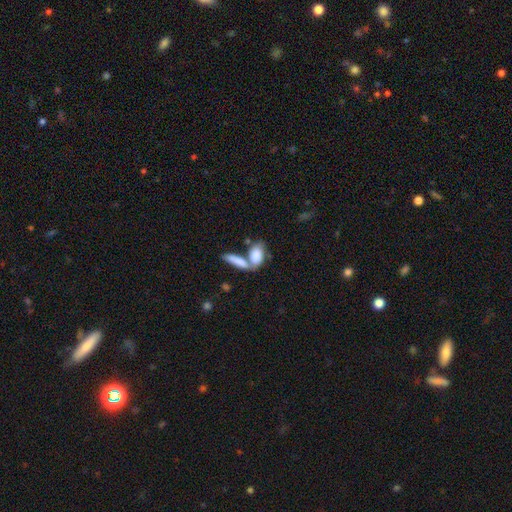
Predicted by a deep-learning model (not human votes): Smooth or featured: smooth — 79% (featured or disk — 15%)
How rounded: in between — 84% (cigar-shaped — 11%)
Merging: merger — 57% (none — 28%)